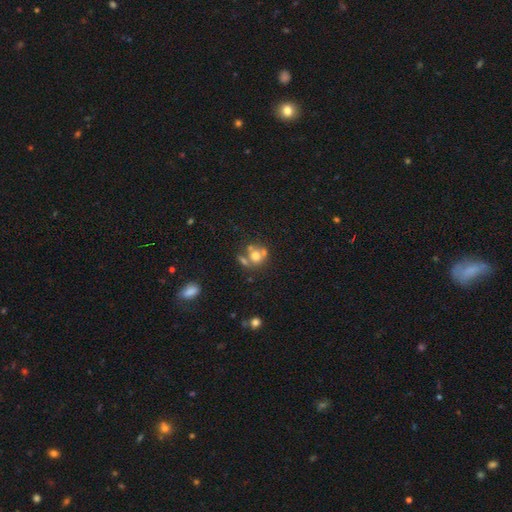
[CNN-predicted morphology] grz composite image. It shows a smooth galaxy with no disk features (61%) that is round (71%). Merging: merger (41%).